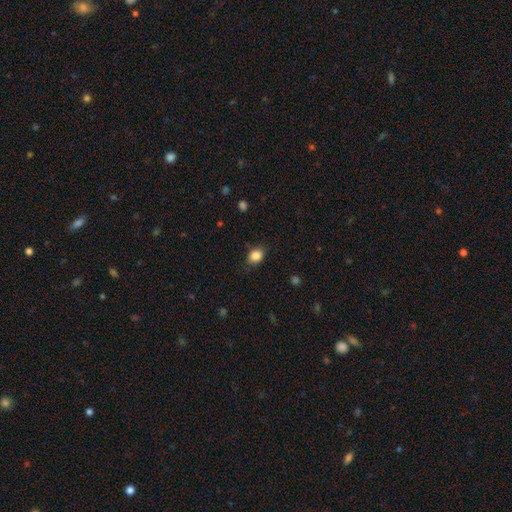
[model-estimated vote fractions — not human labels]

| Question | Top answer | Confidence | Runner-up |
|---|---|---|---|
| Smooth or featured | smooth | 86% | star or artifact (9%) |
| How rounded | in between | 61% | round (38%) |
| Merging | none | 79% | minor disturbance (17%) |